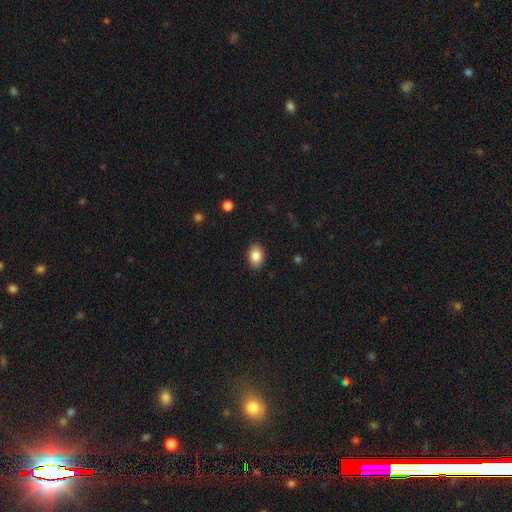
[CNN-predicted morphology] Smooth or featured? smooth (87%)
How rounded? in between (82%)
Merging? none (89%)